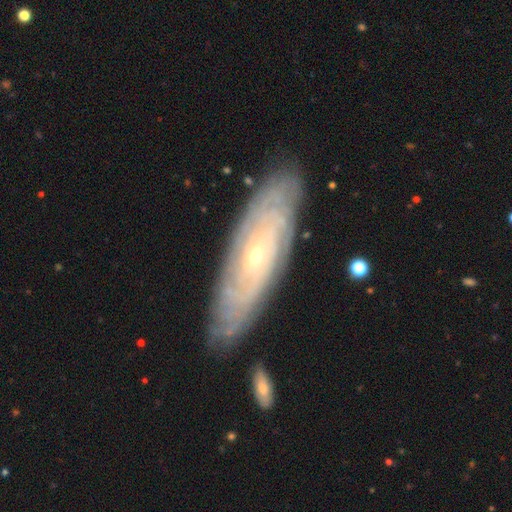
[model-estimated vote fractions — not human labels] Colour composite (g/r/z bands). It shows a featured or disk galaxy (82%) with no bar (72%), tight (83%) spiral arms (93%) and a small central bulge (74%). Merging: none (83%).